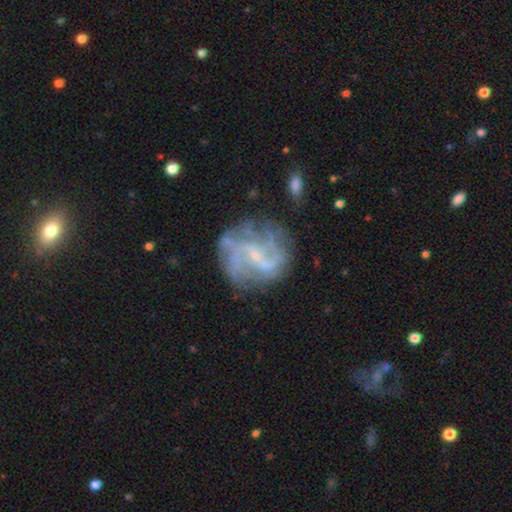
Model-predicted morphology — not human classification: Overall: featured or disk (80%). Edge-on disk: no (97%). Bar: weak (46%; no 37%). Spiral arms: yes (87%). Spiral arm count: 2 (37%; can't tell 29%). Spiral winding: loose (43%; medium 38%). Bulge size: small (74%). Merging: none (66%).